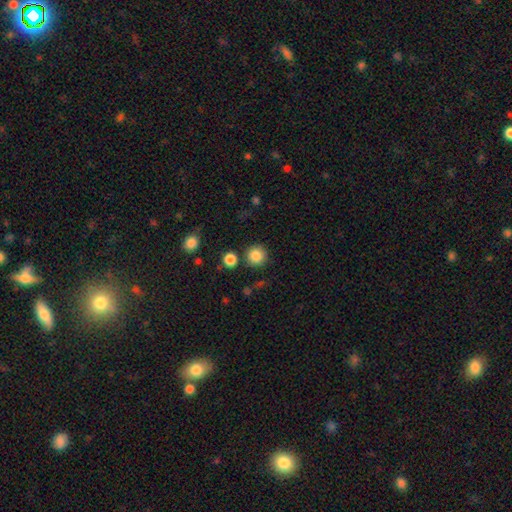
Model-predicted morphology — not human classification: smooth 85%, star or artifact 10%, featured or disk 4%. Down the decision tree: how rounded — round (94%); merging — none (86%).